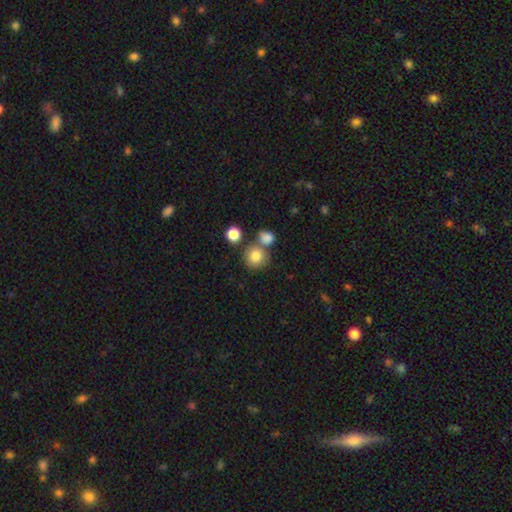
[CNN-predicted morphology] type=smooth (80%); roundness=round (86%); merging=none (60%).